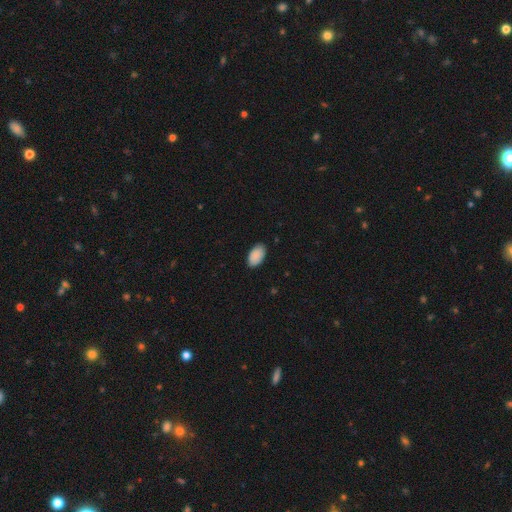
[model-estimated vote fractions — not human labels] This appears to be a smooth galaxy with no disk features (90%) that is in between round and cigar-shaped (95%). Merging: none (85%).